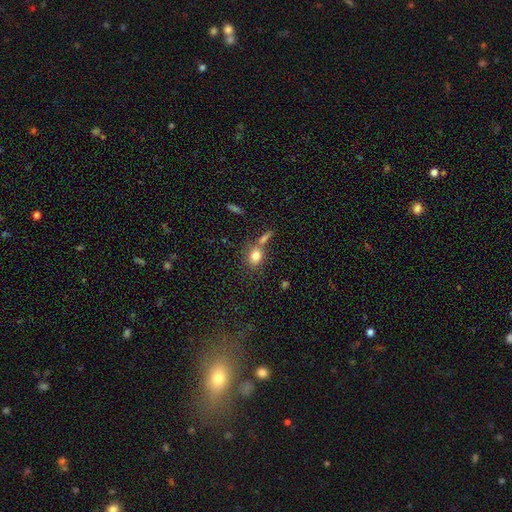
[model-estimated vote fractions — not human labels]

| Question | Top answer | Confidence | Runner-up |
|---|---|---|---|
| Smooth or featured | smooth | 79% | star or artifact (11%) |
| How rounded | in between | 50% | round (48%) |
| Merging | none | 55% | merger (26%) |